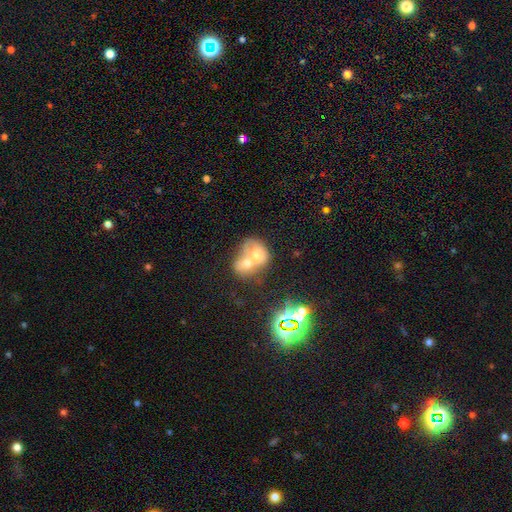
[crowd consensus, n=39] Overall: featured or disk (51%; smooth 38%). Edge-on disk: no (100%). Bar: no (95%). Spiral arms: no (85%). Bulge size: moderate (65%). Merging: merger (89%).